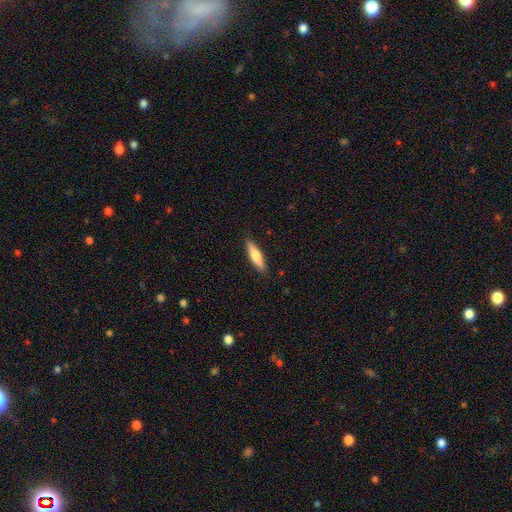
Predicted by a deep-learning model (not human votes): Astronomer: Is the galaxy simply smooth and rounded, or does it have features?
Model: smooth — 63%.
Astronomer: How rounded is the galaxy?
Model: cigar-shaped — 74%.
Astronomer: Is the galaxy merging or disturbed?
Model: none — 88%.